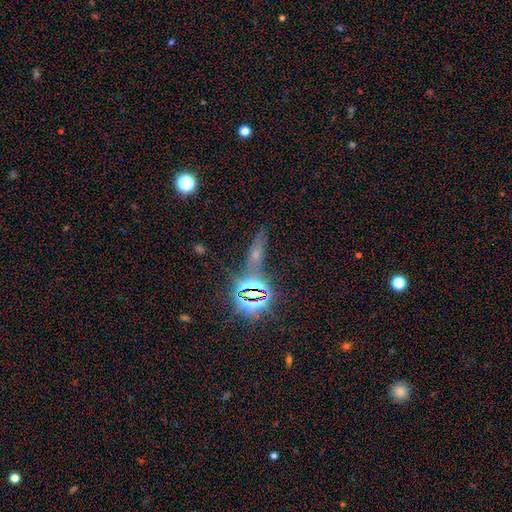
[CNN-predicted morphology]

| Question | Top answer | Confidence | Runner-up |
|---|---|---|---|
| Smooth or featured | star or artifact | 46% | smooth (33%) |